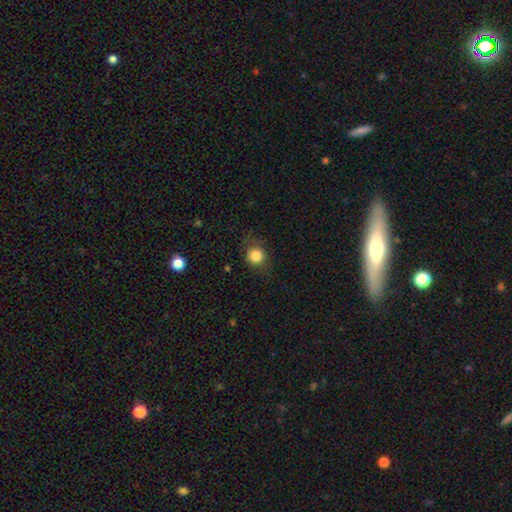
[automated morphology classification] type=smooth (84%); roundness=round (86%); merging=none (79%).